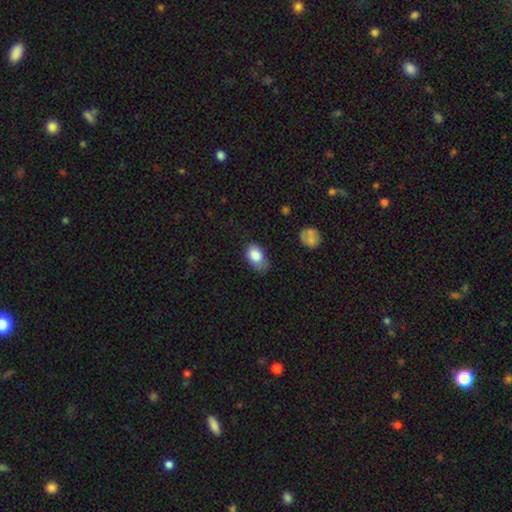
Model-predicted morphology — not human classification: Q: Smooth or featured?
A: smooth (82%); runner-up: featured or disk (11%)
Q: How rounded?
A: in between (83%); runner-up: round (15%)
Q: Merging?
A: none (46%); runner-up: minor disturbance (38%)